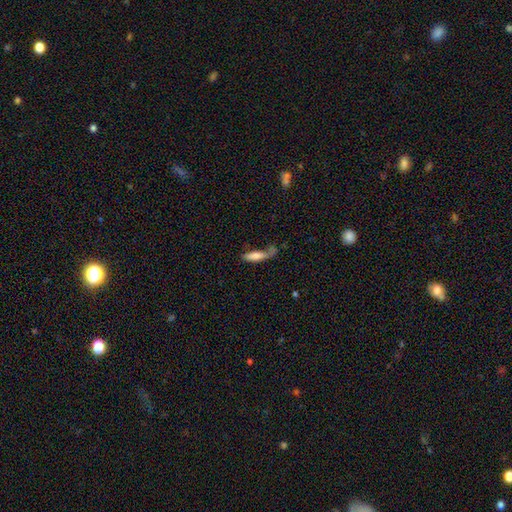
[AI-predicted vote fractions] This appears to be a smooth galaxy with no disk features (73%) that is cigar-shaped (61%). Merging: none (38%).